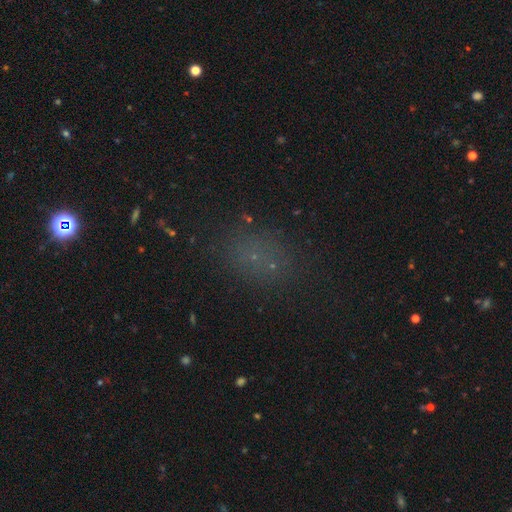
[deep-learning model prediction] Morphology: type=smooth (55%); roundness=in between (62%); merging=none (76%).